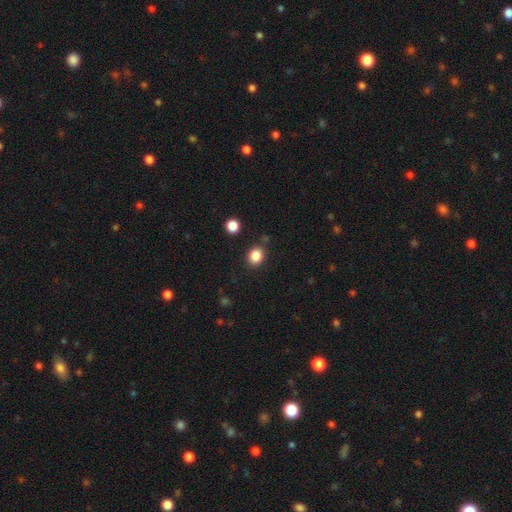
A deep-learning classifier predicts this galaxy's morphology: Smooth or featured? smooth (85%)
How rounded? round (62%)
Merging? none (84%)